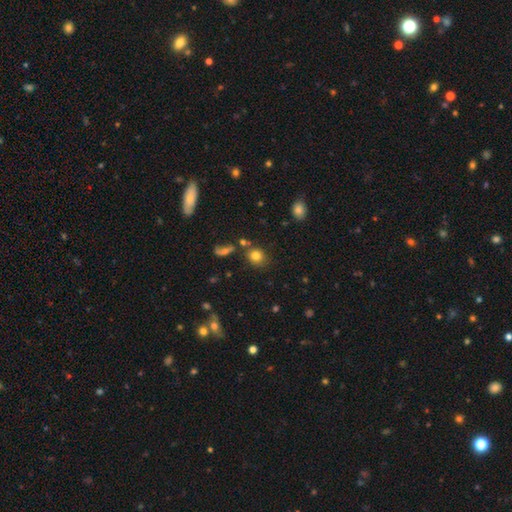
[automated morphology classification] Q: Smooth or featured?
A: smooth (79%); runner-up: star or artifact (13%)
Q: How rounded?
A: round (76%); runner-up: in between (23%)
Q: Merging?
A: none (74%); runner-up: minor disturbance (12%)